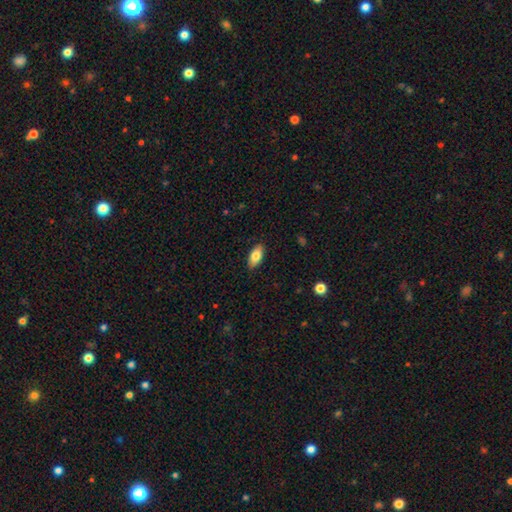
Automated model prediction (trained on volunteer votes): A smooth galaxy with no disk features (81%) that is in between round and cigar-shaped (92%). Merging: none (89%).